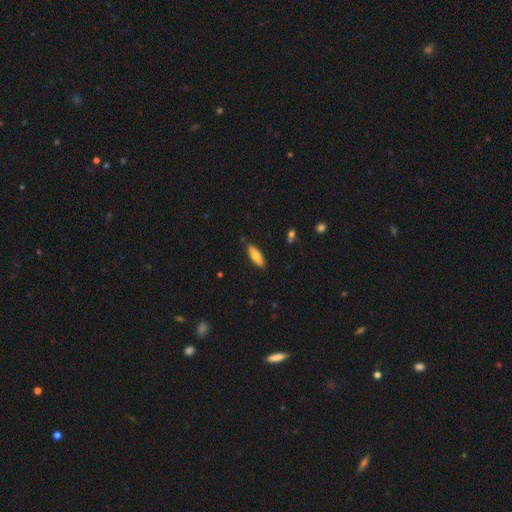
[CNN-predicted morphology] smooth_or_featured: smooth (p=0.72) [alt: featured or disk p=0.22]
how_rounded: in between (p=0.62) [alt: cigar-shaped p=0.36]
merging: none (p=0.87) [alt: minor disturbance p=0.10]